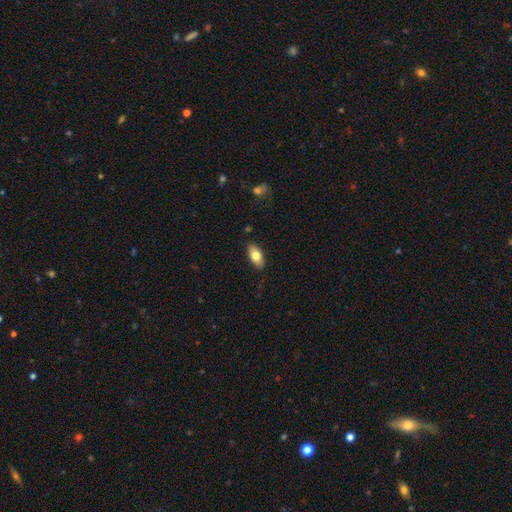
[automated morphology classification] smooth-or-featured: smooth: 75% | featured or disk: 18% | star or artifact: 7%
  how-rounded: in between: 89% | cigar-shaped: 8% | round: 3%
  merging: none: 87% | minor disturbance: 10% | major disturbance: 2% | merger: 1%